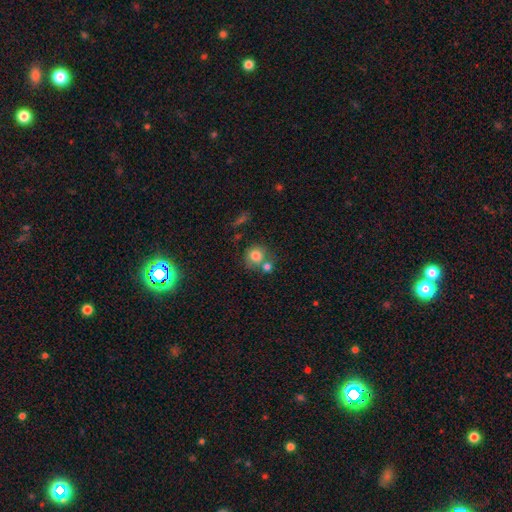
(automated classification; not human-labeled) Smooth or featured: smooth — 80% (featured or disk — 10%)
How rounded: round — 87% (in between — 12%)
Merging: none — 56% (merger — 28%)